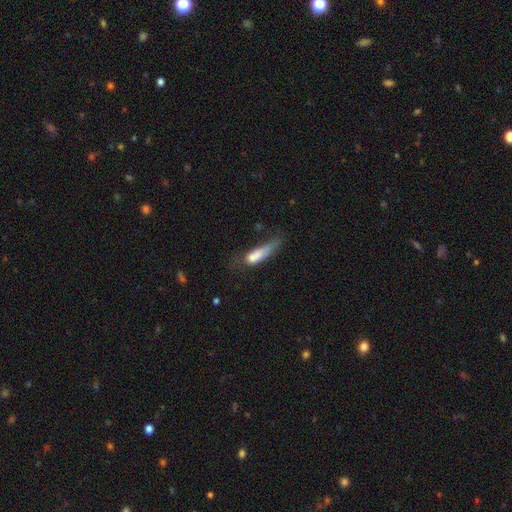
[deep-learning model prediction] smooth 67%, featured or disk 23%, star or artifact 10%. Down the decision tree: how rounded — cigar-shaped (54%); merging — major disturbance (40%).